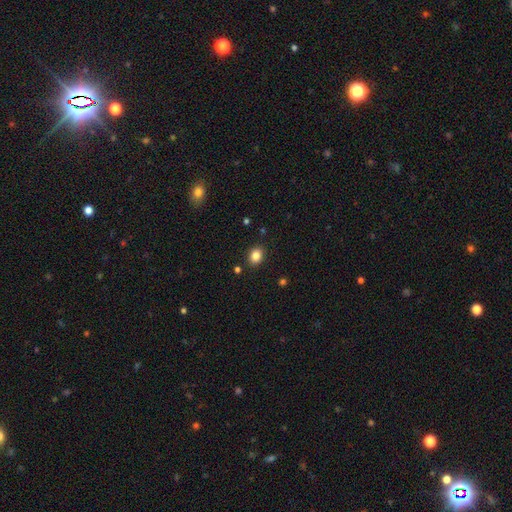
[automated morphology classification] smooth 84%, star or artifact 10%, featured or disk 5%. Down the decision tree: how rounded — in between (56%); merging — none (88%).